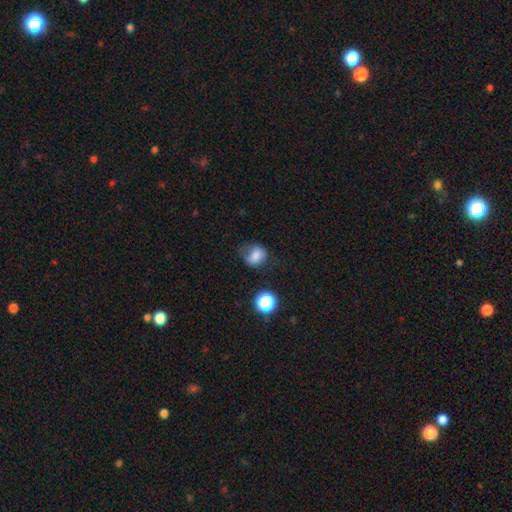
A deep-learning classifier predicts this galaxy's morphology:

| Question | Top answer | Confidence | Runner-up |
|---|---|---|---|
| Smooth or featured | smooth | 72% | featured or disk (16%) |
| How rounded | round | 51% | in between (48%) |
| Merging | none | 42% | minor disturbance (33%) |